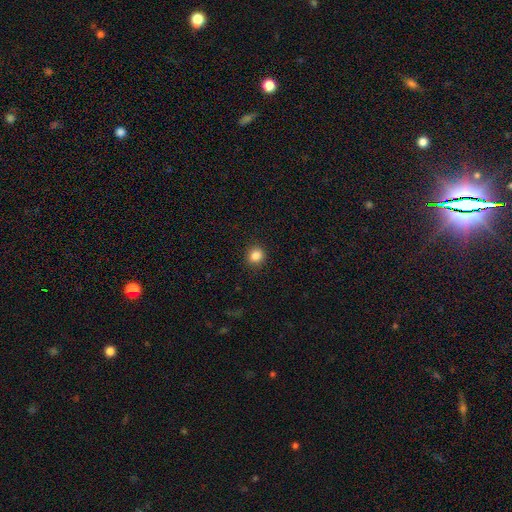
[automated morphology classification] Smooth or featured? smooth (85%)
How rounded? round (81%)
Merging? none (91%)